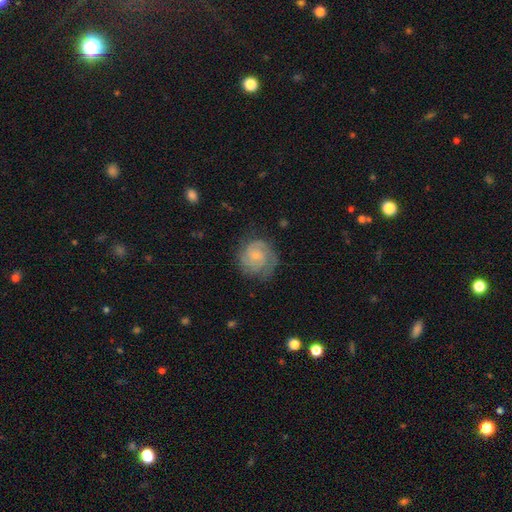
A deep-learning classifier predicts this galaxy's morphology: Smooth or featured: featured or disk — 68% (smooth — 26%)
Edge-on disk: no — 98% (yes — 2%)
Bar: no — 69% (weak — 27%)
Spiral arms: yes — 93% (no — 7%)
Spiral winding: tight — 58% (medium — 34%)
Spiral arm count: 2 — 45% (can't tell — 23%)
Bulge size: small — 70% (moderate — 21%)
Merging: none — 69% (minor disturbance — 21%)